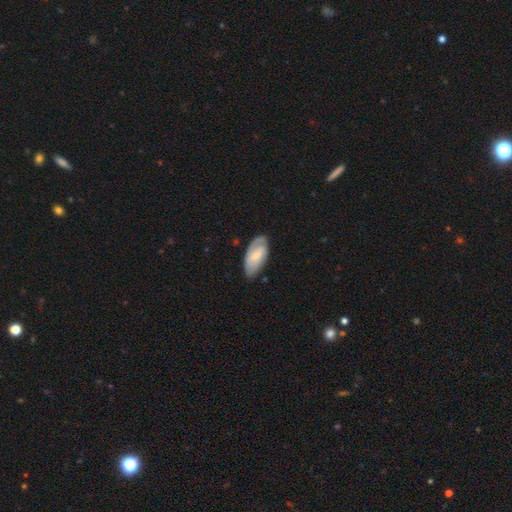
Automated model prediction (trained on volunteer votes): Smooth or featured? featured or disk (48%)
Merging? none (69%)